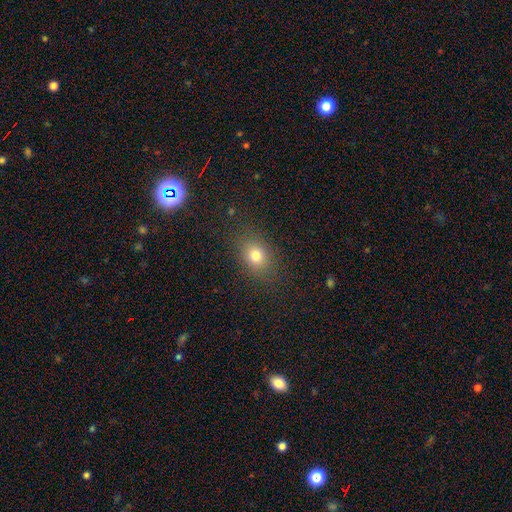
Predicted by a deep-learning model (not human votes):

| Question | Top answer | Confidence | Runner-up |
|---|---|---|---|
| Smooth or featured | smooth | 77% | star or artifact (13%) |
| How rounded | in between | 56% | round (43%) |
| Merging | none | 83% | minor disturbance (11%) |